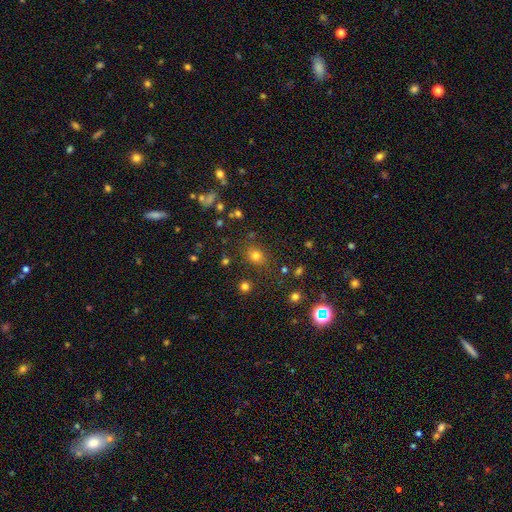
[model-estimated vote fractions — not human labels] Overall: smooth (73%). How rounded: round (60%; in between 39%). Merging: none (79%).